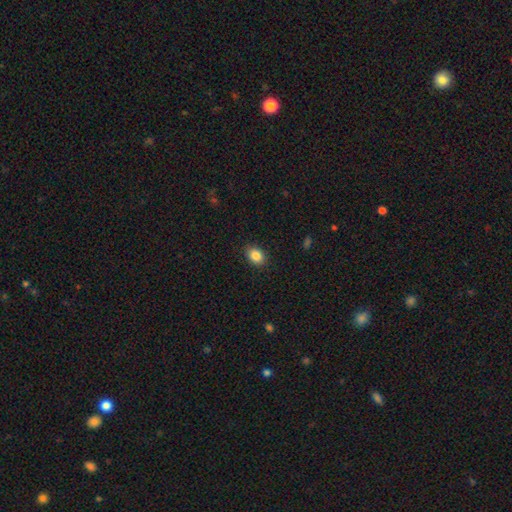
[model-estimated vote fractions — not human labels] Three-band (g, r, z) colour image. It shows a smooth galaxy with no disk features (86%) that is in between round and cigar-shaped (67%). Merging: none (89%).